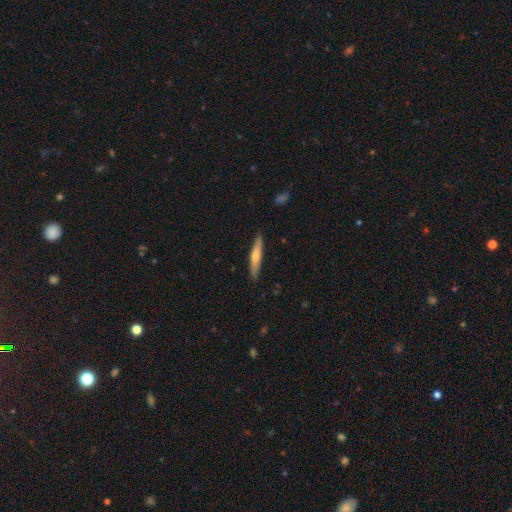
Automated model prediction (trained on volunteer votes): Smooth or featured? smooth (62%)
How rounded? cigar-shaped (91%)
Merging? none (88%)